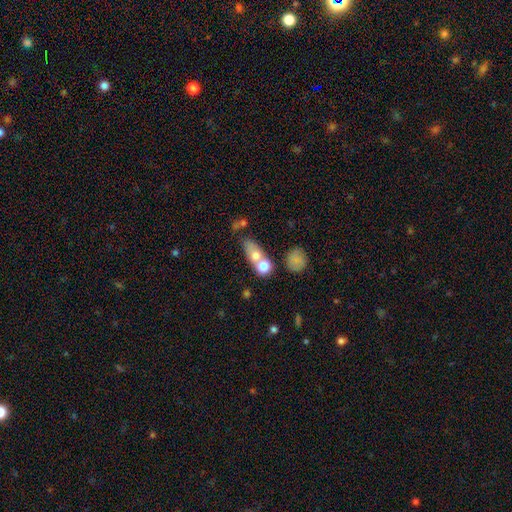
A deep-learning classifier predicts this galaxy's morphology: Overall: smooth (68%). How rounded: in between (55%; round 34%). Merging: merger (55%; none 28%).